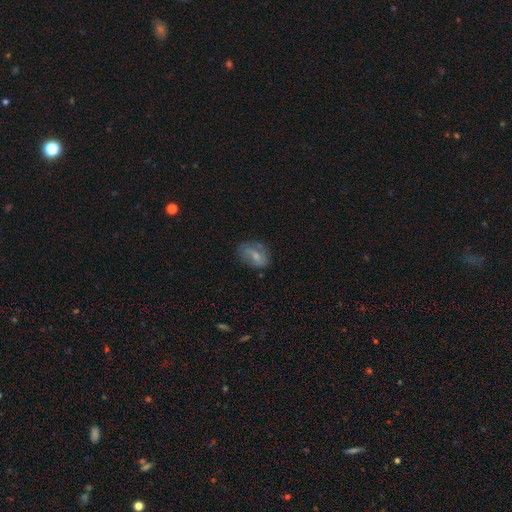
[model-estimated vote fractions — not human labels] smooth_or_featured: smooth (p=0.56) [alt: featured or disk p=0.35]
how_rounded: in between (p=0.74) [alt: round p=0.23]
merging: none (p=0.59) [alt: minor disturbance p=0.26]